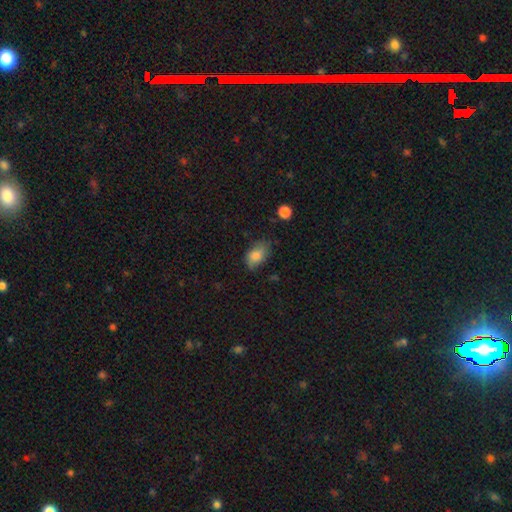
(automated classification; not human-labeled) smooth_or_featured: smooth (p=0.81) [alt: featured or disk p=0.11]
how_rounded: in between (p=0.87) [alt: round p=0.11]
merging: none (p=0.61) [alt: minor disturbance p=0.30]